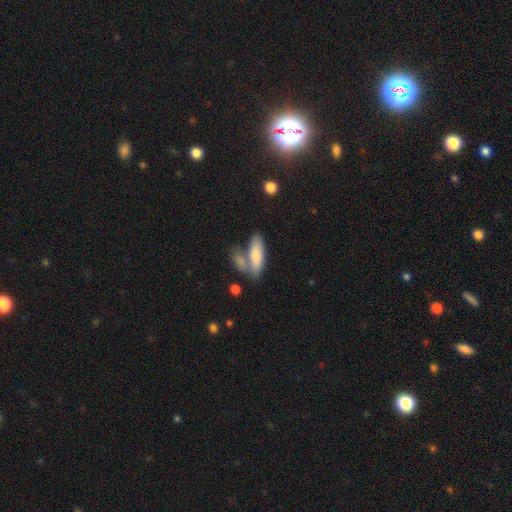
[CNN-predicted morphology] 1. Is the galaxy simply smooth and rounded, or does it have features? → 73% smooth, 21% featured or disk, 6% star or artifact.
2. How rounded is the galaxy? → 58% in between, 40% cigar-shaped, 2% round.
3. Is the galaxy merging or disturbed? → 41% none (tied), 41% merger (tied), 13% minor disturbance, 5% major disturbance.